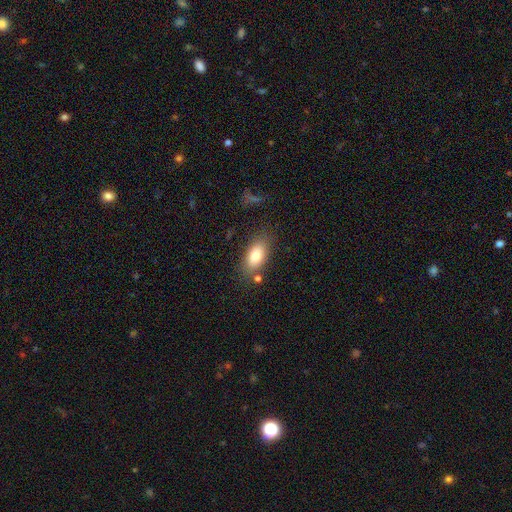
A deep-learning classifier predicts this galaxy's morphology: type=smooth (80%); roundness=in between (88%); merging=none (75%).